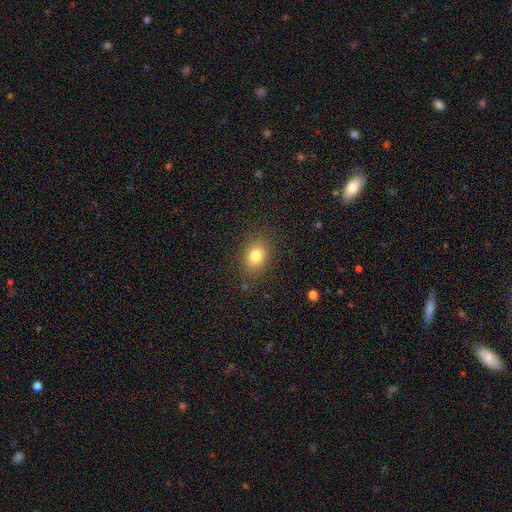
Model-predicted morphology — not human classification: A smooth galaxy with no disk features (80%) that is in between round and cigar-shaped (57%).

Vote fractions:
- Smooth or featured? smooth: 80% / star or artifact: 11% / featured or disk: 9%
- How rounded? in between: 57% / round: 41% / cigar-shaped: 1%
- Merging? none: 85% / minor disturbance: 11% / major disturbance: 4% / merger: 1%